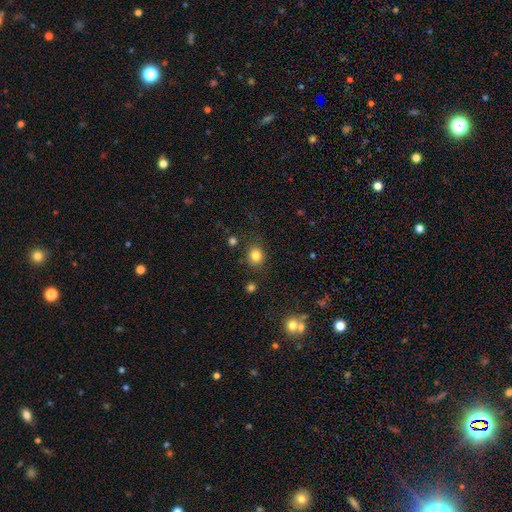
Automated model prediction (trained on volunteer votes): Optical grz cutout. It shows a smooth galaxy with no disk features (82%) that is round (73%). Merging: none (81%).